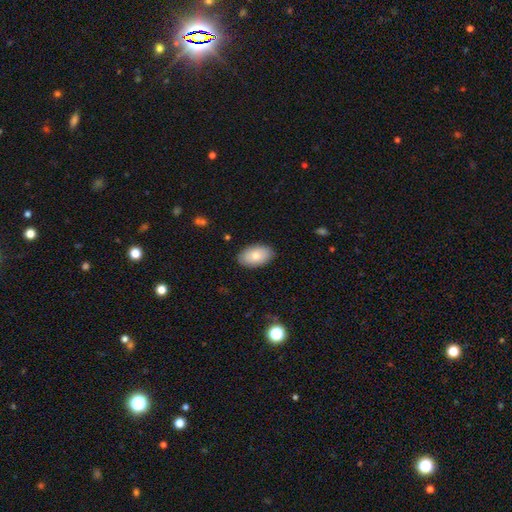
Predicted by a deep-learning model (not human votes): The model was most divided on "smooth or featured": smooth: 79%, featured or disk: 15%, star or artifact: 6%. More confident: how rounded — in between (93%); merging — none (87%).